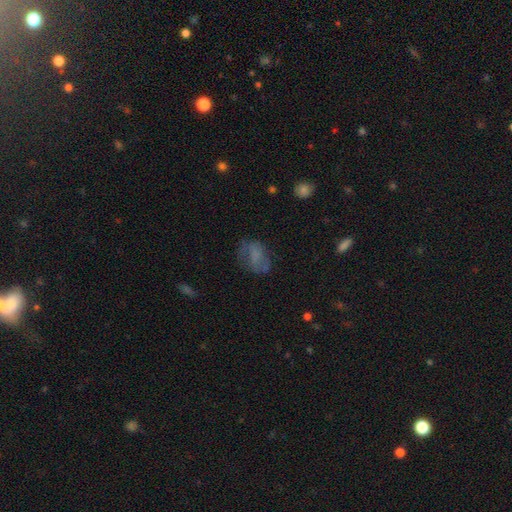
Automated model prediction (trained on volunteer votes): Smooth or featured?
  - smooth: 54% *
  - featured or disk: 31%
  - star or artifact: 15%
How rounded?
  - in between: 73% *
  - round: 24%
  - cigar-shaped: 2%
Merging?
  - none: 53% *
  - minor disturbance: 23%
  - major disturbance: 21%
  - merger: 3%